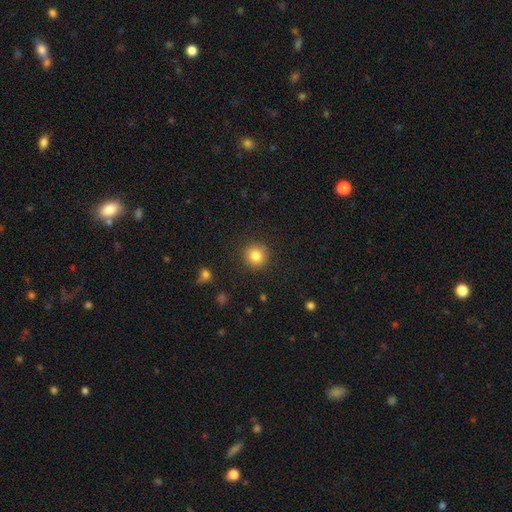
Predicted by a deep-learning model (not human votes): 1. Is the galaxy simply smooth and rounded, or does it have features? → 84% smooth, 10% star or artifact, 6% featured or disk.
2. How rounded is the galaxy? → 91% round, 8% in between, 1% cigar-shaped.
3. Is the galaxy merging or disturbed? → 89% none, 7% minor disturbance, 3% major disturbance, 1% merger.